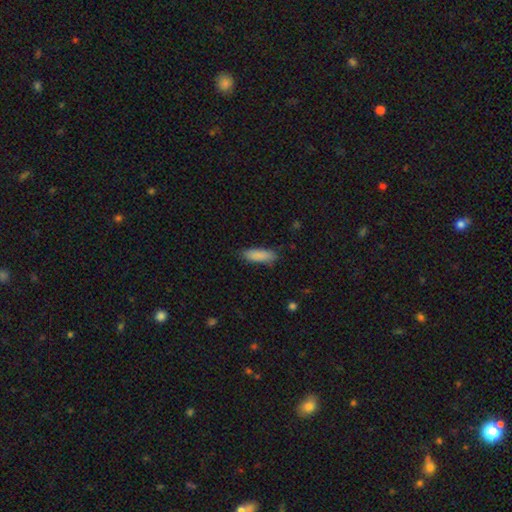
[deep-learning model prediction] Smooth or featured? smooth (88%)
How rounded? cigar-shaped (50%)
Merging? none (83%)